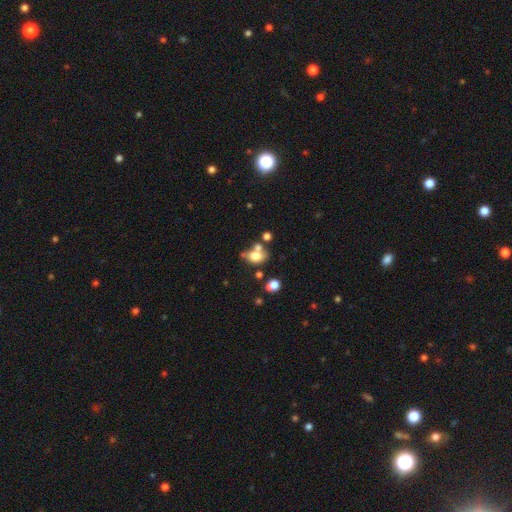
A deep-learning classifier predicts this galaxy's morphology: Smooth or featured? smooth (68%)
How rounded? in between (64%)
Merging? none (37%)